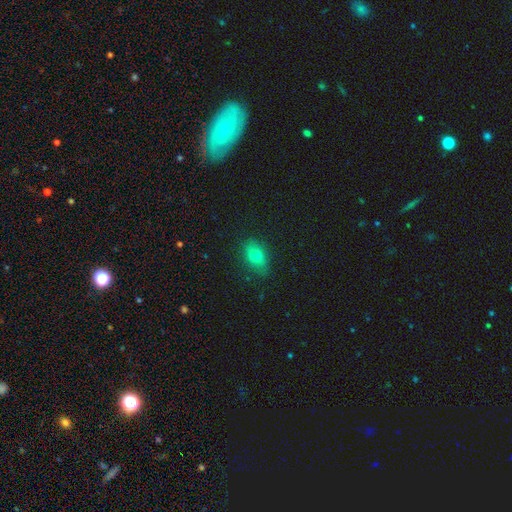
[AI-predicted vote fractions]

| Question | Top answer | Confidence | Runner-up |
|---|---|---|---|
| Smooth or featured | smooth | 74% | featured or disk (15%) |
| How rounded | in between | 85% | round (11%) |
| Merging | none | 79% | minor disturbance (16%) |